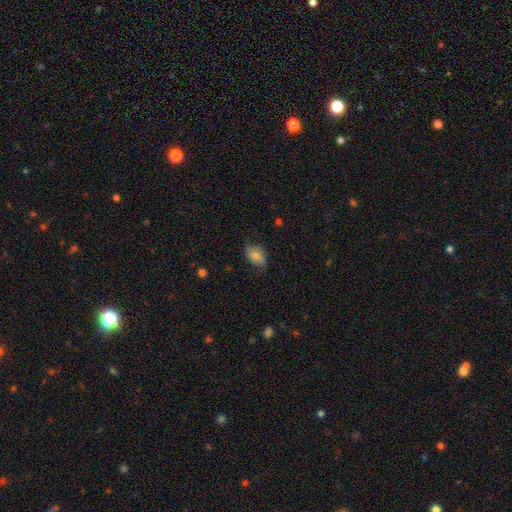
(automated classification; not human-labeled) Overall: smooth (72%). How rounded: in between (84%). Merging: none (70%).